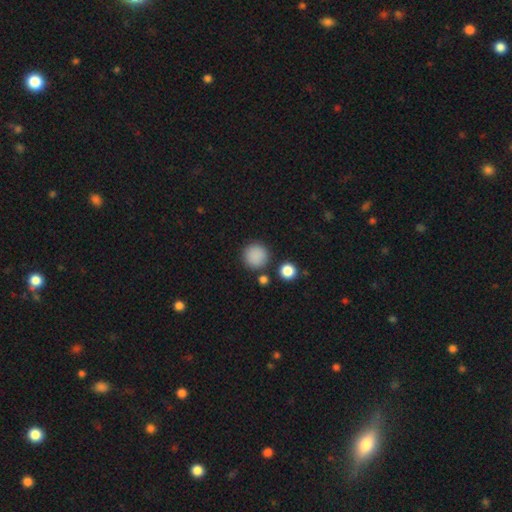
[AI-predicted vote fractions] Smooth or featured: smooth — 87% (star or artifact — 10%)
How rounded: round — 94% (in between — 5%)
Merging: none — 84% (minor disturbance — 8%)